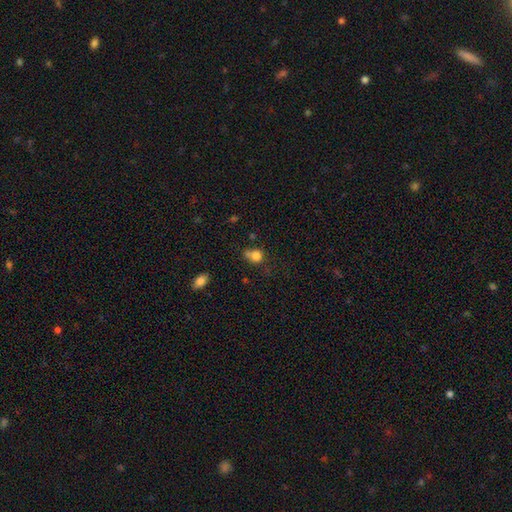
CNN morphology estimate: Smooth or featured?
  - smooth: 80% *
  - star or artifact: 12%
  - featured or disk: 8%
How rounded?
  - round: 75% *
  - in between: 24%
  - cigar-shaped: 1%
Merging?
  - none: 46% *
  - merger: 24%
  - minor disturbance: 21%
  - major disturbance: 8%